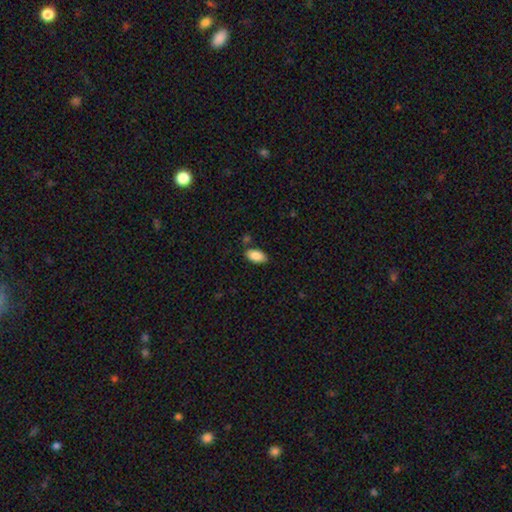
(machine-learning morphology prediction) Smooth or featured?
  - smooth: 88% *
  - star or artifact: 7%
  - featured or disk: 5%
How rounded?
  - in between: 94% *
  - cigar-shaped: 3%
  - round: 3%
Merging?
  - none: 79% *
  - minor disturbance: 13%
  - merger: 6%
  - major disturbance: 3%